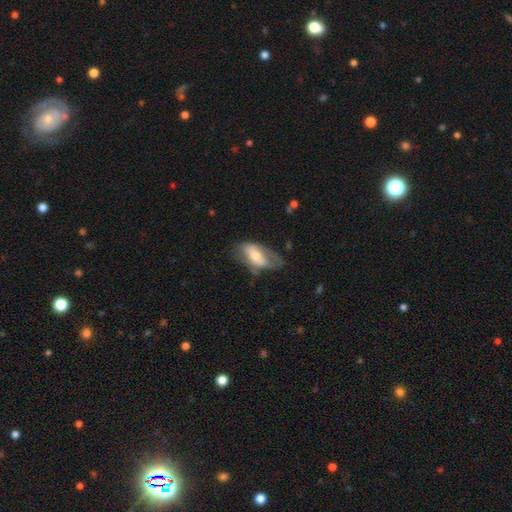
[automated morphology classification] Q: Smooth or featured?
A: featured or disk (48%); runner-up: smooth (45%)
Q: Merging?
A: none (40%); runner-up: minor disturbance (32%)